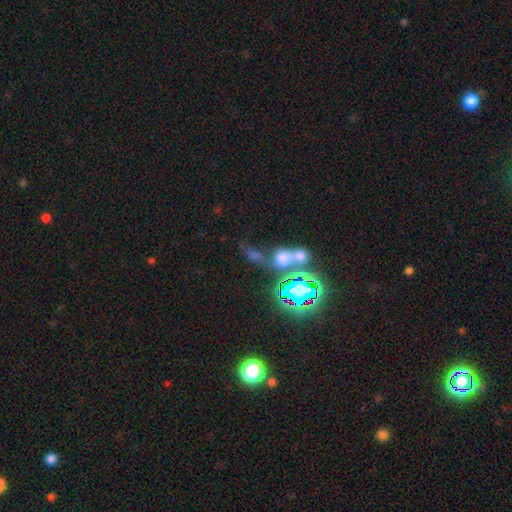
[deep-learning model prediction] This is possibly a star or artifact rather than a galaxy (48%).